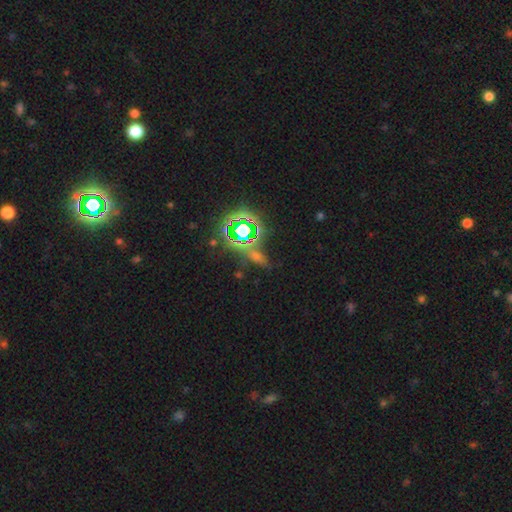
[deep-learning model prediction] Q: Smooth or featured?
A: star or artifact (56%); runner-up: smooth (30%)